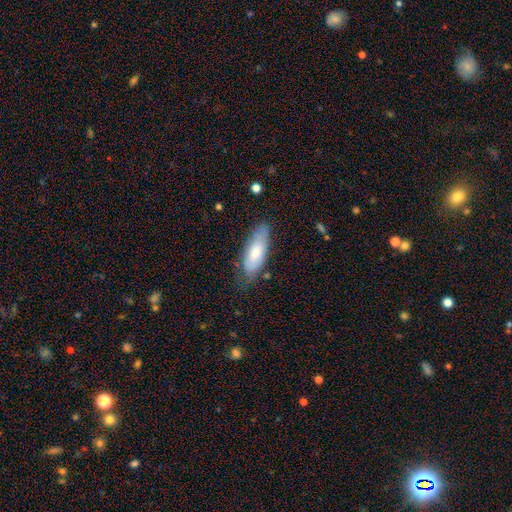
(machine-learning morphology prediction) smooth_or_featured: smooth (p=0.62) [alt: featured or disk p=0.31]
how_rounded: in between (p=0.65) [alt: cigar-shaped p=0.34]
merging: none (p=0.73) [alt: minor disturbance p=0.21]